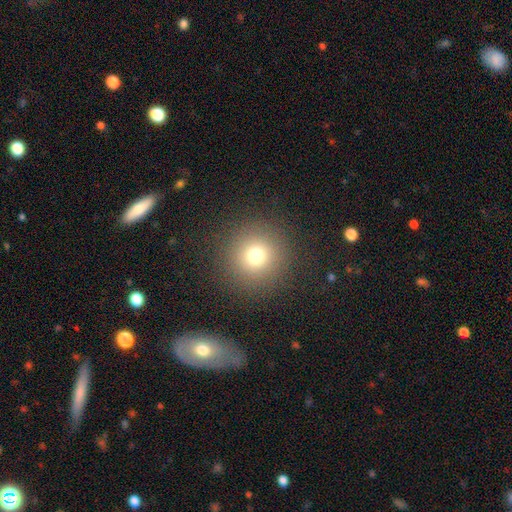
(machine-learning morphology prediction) A smooth galaxy with no disk features (74%) that is round (96%). Merging: none (90%).